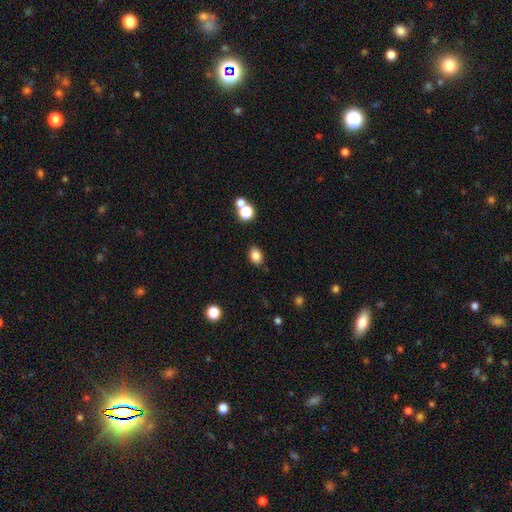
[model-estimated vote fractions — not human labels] This is clearly a smooth galaxy (83%). How rounded: likely in between (69%). Merging: clearly none (83%).